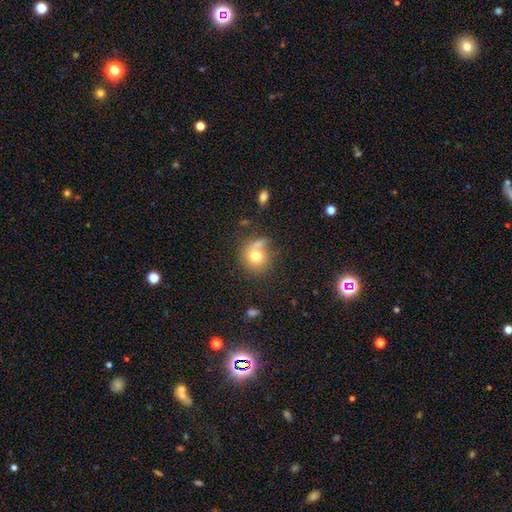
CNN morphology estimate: A smooth galaxy with no disk features (74%) that is round (84%).

Vote fractions:
- Smooth or featured? smooth: 74% / featured or disk: 15% / star or artifact: 11%
- How rounded? round: 84% / in between: 15% / cigar-shaped: 1%
- Merging? none: 54% / merger: 22% / minor disturbance: 16% / major disturbance: 8%